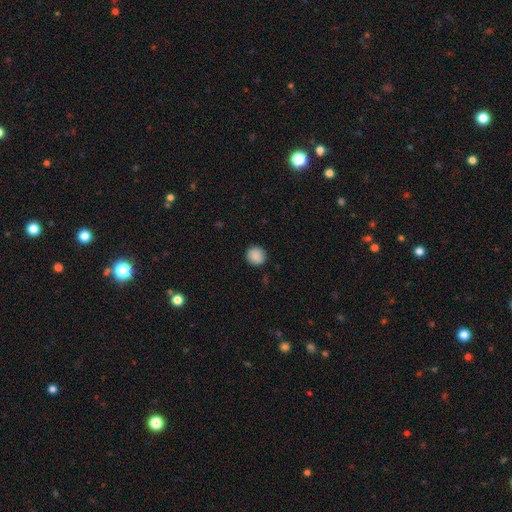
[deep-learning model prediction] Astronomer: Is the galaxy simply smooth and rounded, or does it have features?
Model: smooth — 88%.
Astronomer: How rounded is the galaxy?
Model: round — 92%.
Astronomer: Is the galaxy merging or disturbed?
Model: none — 90%.